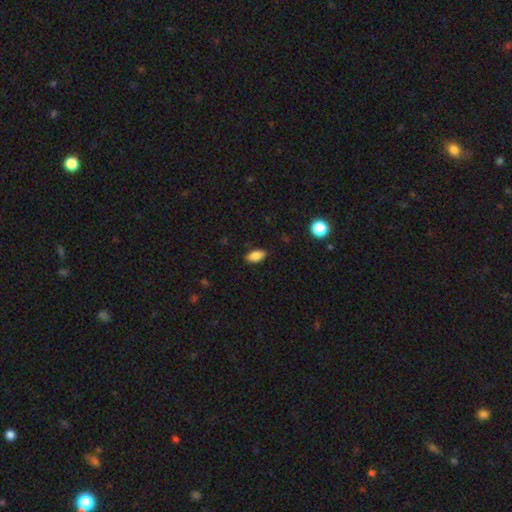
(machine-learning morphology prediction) Smooth or featured?
  - smooth: 84% *
  - star or artifact: 8%
  - featured or disk: 7%
How rounded?
  - in between: 90% *
  - cigar-shaped: 6%
  - round: 4%
Merging?
  - none: 87% *
  - minor disturbance: 10%
  - major disturbance: 2%
  - merger: 1%